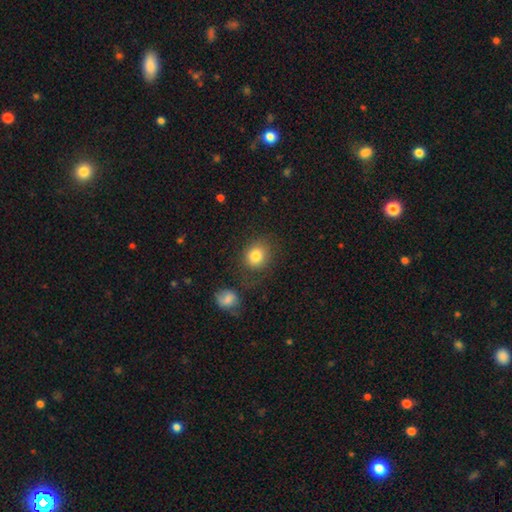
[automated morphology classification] Smooth or featured?
  - smooth: 83% *
  - star or artifact: 10%
  - featured or disk: 7%
How rounded?
  - round: 74% *
  - in between: 25%
  - cigar-shaped: 1%
Merging?
  - none: 74% *
  - minor disturbance: 14%
  - merger: 7%
  - major disturbance: 6%